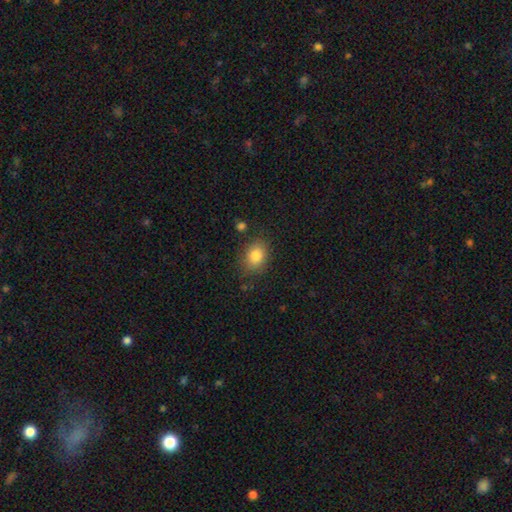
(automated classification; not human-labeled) smooth_or_featured: smooth (p=0.84) [alt: star or artifact p=0.09]
how_rounded: in between (p=0.61) [alt: round p=0.38]
merging: none (p=0.81) [alt: minor disturbance p=0.13]